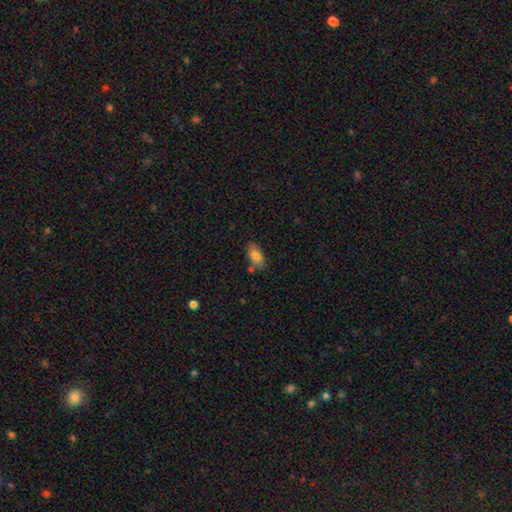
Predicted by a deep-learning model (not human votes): smooth-or-featured: smooth: 81% | featured or disk: 11% | star or artifact: 8%
  how-rounded: in between: 92% | cigar-shaped: 5% | round: 4%
  merging: none: 73% | minor disturbance: 16% | merger: 8% | major disturbance: 3%